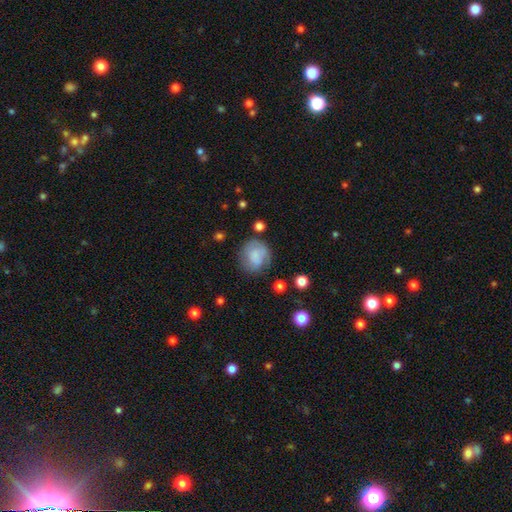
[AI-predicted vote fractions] This appears to be a smooth galaxy with no disk features (69%) that is round (76%). Merging: none (60%).